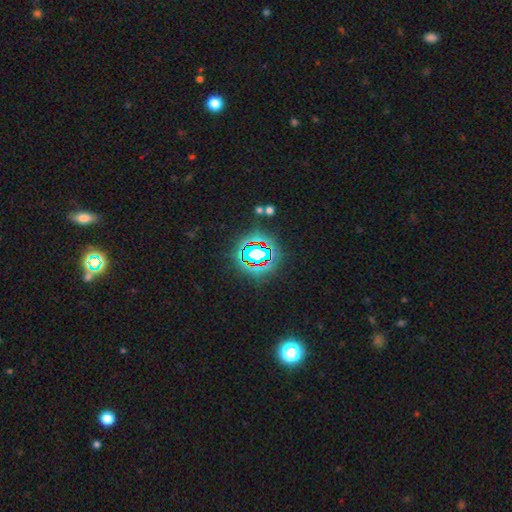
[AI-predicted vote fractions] Smooth or featured: star or artifact — 72% (smooth — 17%)